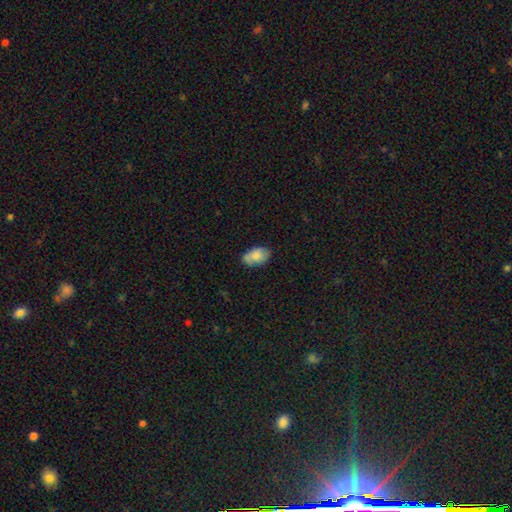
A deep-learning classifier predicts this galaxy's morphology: Smooth or featured? Predicted: smooth (p=0.79). How rounded? Predicted: in between (p=0.92). Merging? Predicted: none (p=0.71).